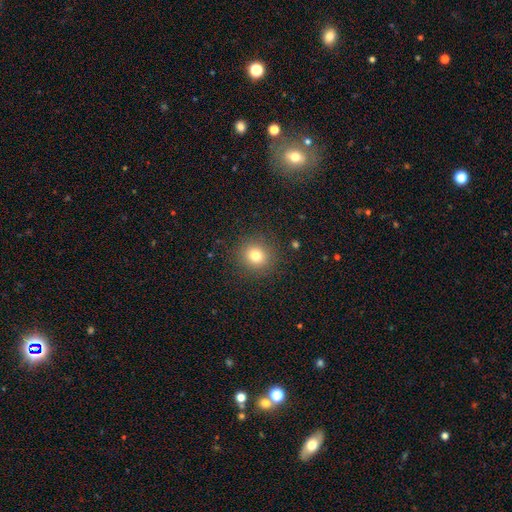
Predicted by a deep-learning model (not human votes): This is likely a smooth galaxy (78%). How rounded: clearly round (90%). Merging: clearly none (89%).